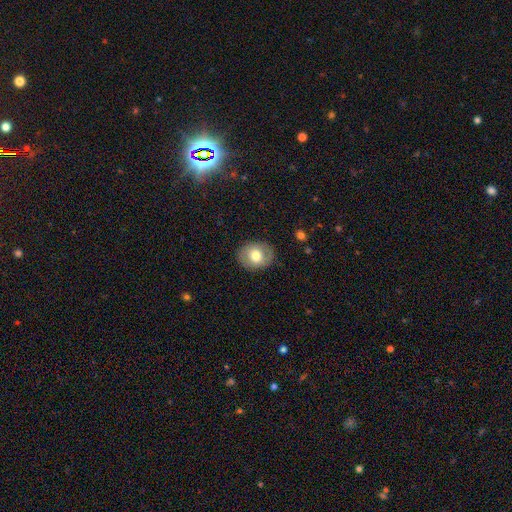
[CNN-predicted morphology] Smooth or featured: smooth — 66% (featured or disk — 26%)
How rounded: round — 51% (in between — 48%)
Merging: none — 85% (minor disturbance — 11%)